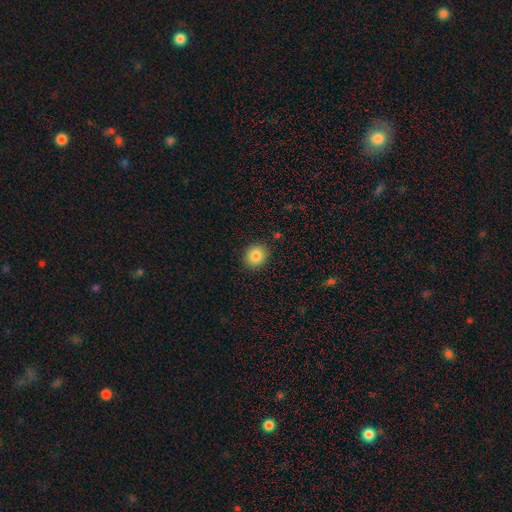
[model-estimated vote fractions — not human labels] This is clearly a smooth galaxy (84%). How rounded: clearly round (81%). Merging: clearly none (90%).